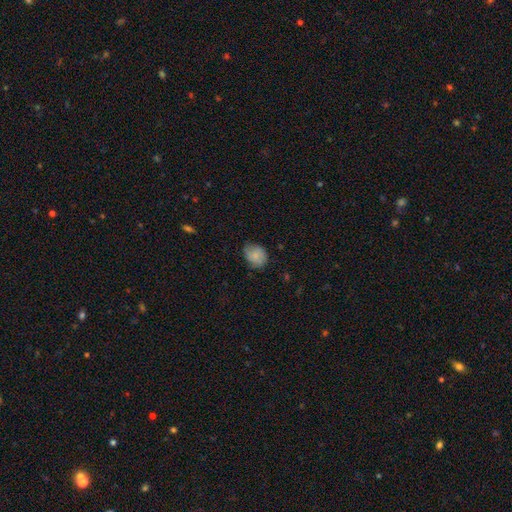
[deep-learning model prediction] smooth_or_featured: smooth (p=0.78) [alt: featured or disk p=0.14]
how_rounded: in between (p=0.50) [alt: round p=0.49]
merging: none (p=0.67) [alt: minor disturbance p=0.26]